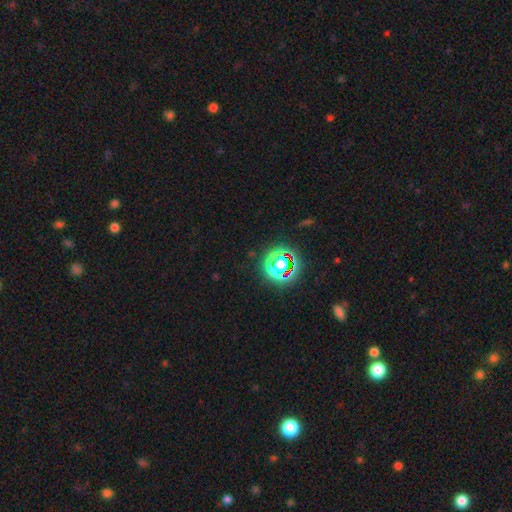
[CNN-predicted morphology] Smooth or featured? Predicted: star or artifact (p=0.76).